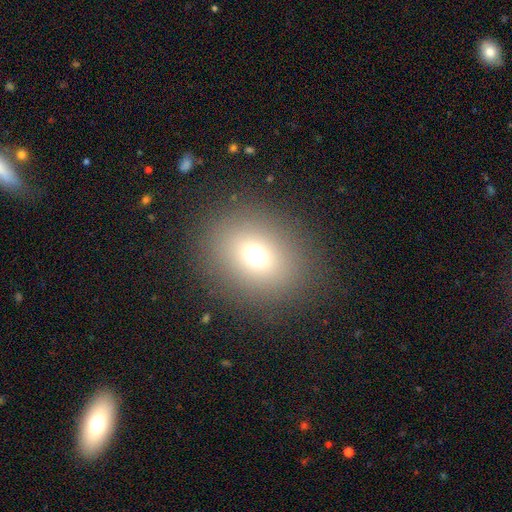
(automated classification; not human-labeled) Smooth or featured?
  - smooth: 68% *
  - star or artifact: 20%
  - featured or disk: 12%
How rounded?
  - round: 60% *
  - in between: 39%
  - cigar-shaped: 1%
Merging?
  - none: 86% *
  - minor disturbance: 7%
  - major disturbance: 5%
  - merger: 1%